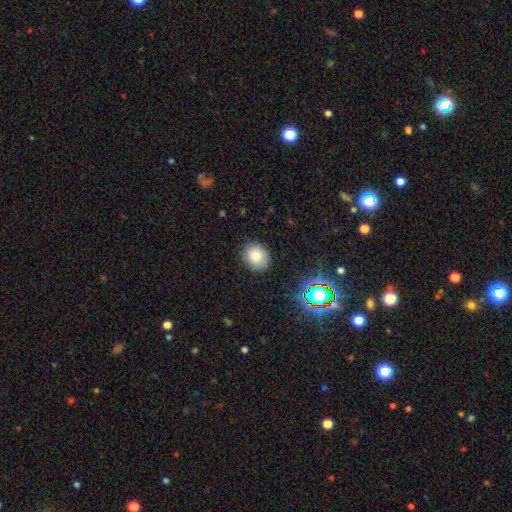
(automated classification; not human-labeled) This appears to be a smooth galaxy with no disk features (78%) that is round (57%). Merging: none (85%).